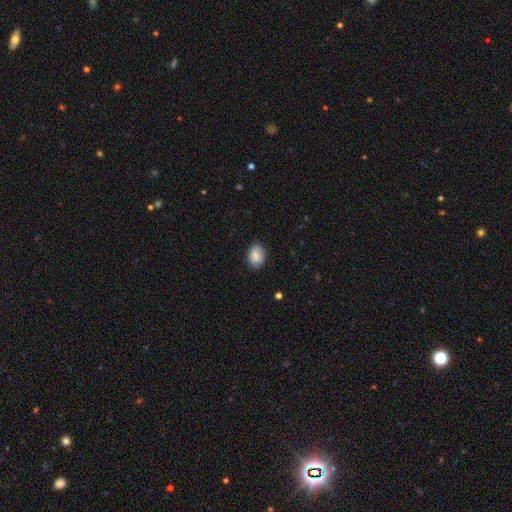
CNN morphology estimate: Q: Smooth or featured?
A: smooth (86%); runner-up: featured or disk (8%)
Q: How rounded?
A: in between (78%); runner-up: round (21%)
Q: Merging?
A: none (84%); runner-up: minor disturbance (12%)